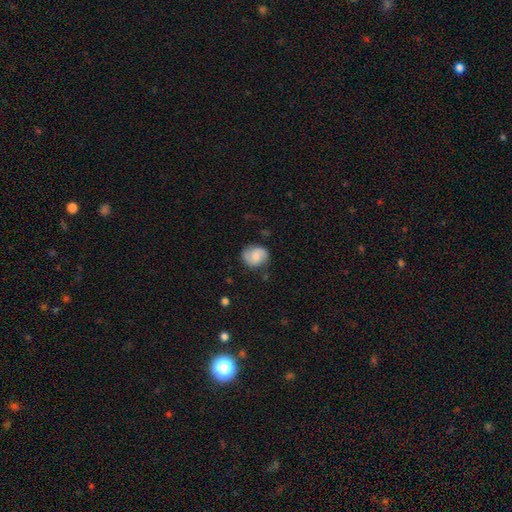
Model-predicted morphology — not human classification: A smooth galaxy with no disk features (54%) that is round (63%). Merging: none (72%).